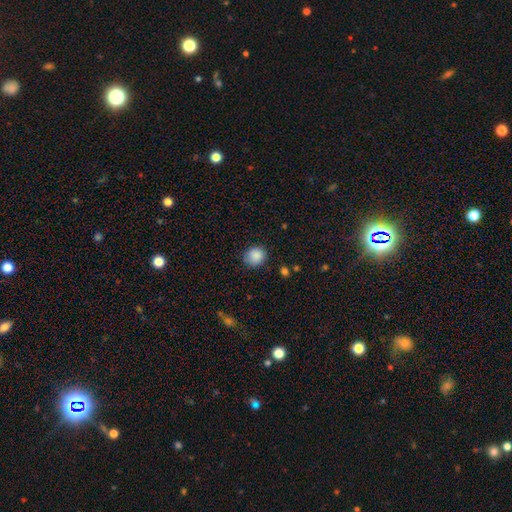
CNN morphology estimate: This is clearly a smooth galaxy (88%). How rounded: clearly round (82%). Merging: likely none (78%).